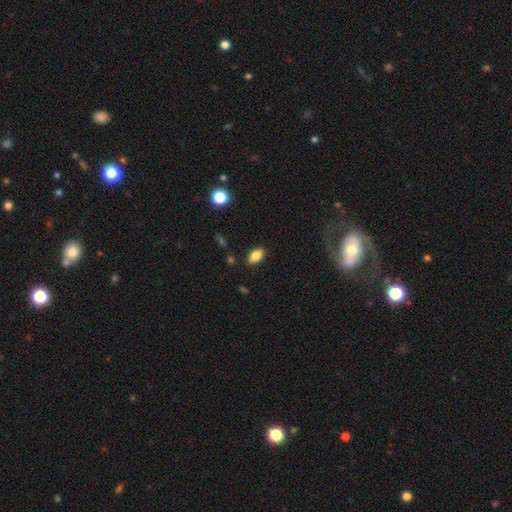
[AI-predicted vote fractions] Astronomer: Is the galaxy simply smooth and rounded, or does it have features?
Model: smooth — 81%.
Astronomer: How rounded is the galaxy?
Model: in between — 90%.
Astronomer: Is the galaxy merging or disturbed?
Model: none — 87%.